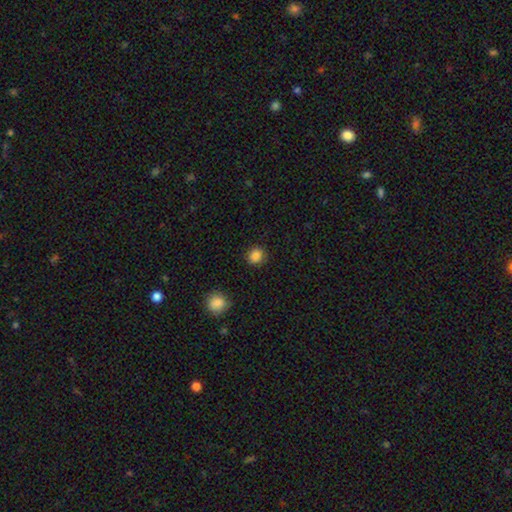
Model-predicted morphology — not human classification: Smooth or featured: smooth — 86% (star or artifact — 11%)
How rounded: round — 81% (in between — 18%)
Merging: none — 88% (minor disturbance — 8%)